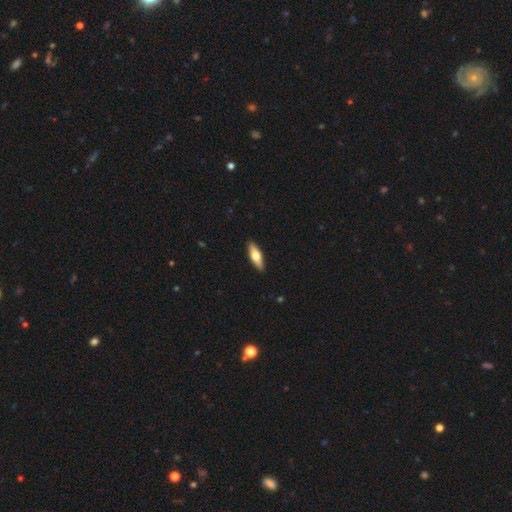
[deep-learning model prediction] Smooth or featured? smooth (57%)
How rounded? in between (54%)
Merging? none (90%)